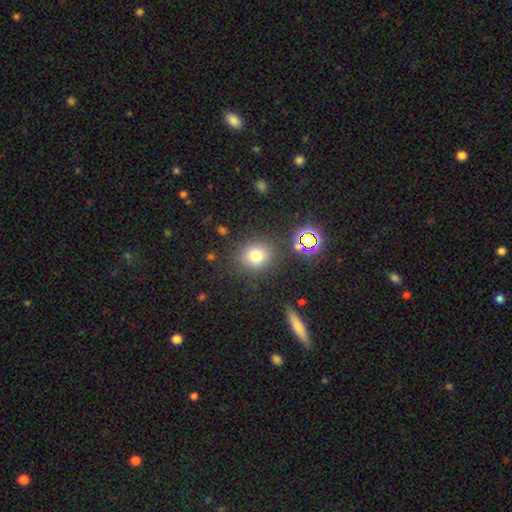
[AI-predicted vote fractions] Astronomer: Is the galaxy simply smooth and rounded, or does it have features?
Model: smooth — 74%.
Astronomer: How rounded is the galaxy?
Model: round — 80%.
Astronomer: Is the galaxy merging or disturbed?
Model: none — 83%.